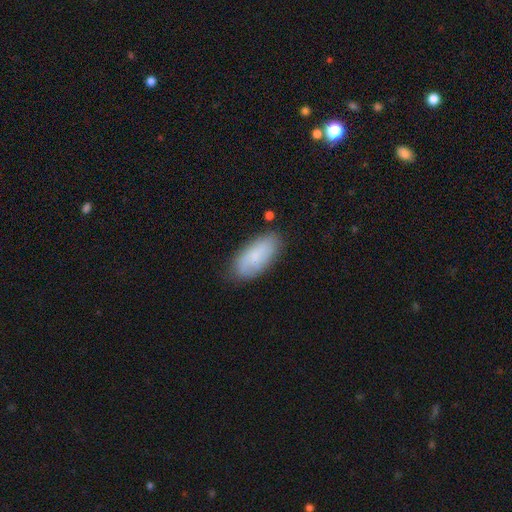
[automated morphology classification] This is likely a smooth galaxy (73%). How rounded: clearly in between (88%). Merging: likely none (77%).